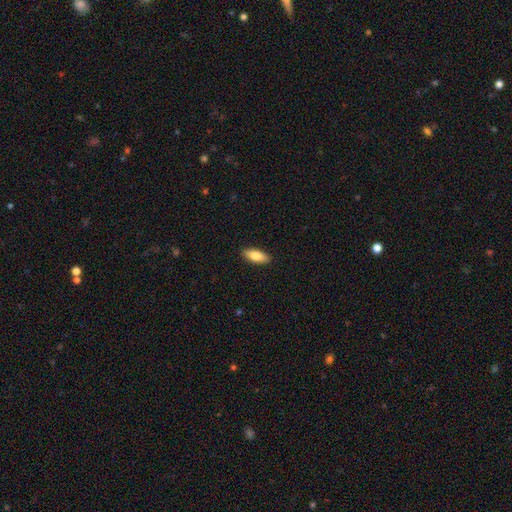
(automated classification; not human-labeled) smooth-or-featured: smooth: 83% | featured or disk: 11% | star or artifact: 6%
  how-rounded: in between: 77% | cigar-shaped: 21% | round: 2%
  merging: none: 90% | minor disturbance: 7% | major disturbance: 2% | merger: 1%